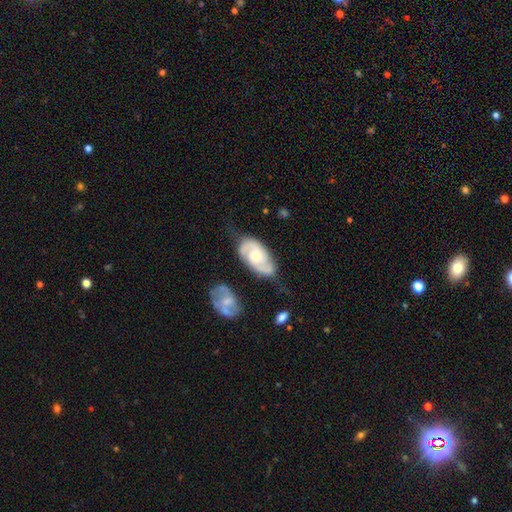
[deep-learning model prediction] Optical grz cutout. It shows a featured or disk galaxy (73%) with no bar (66%), 2 (78%) medium (48%) spiral arms (90%) and a moderate central bulge (61%). Merging: none (57%).